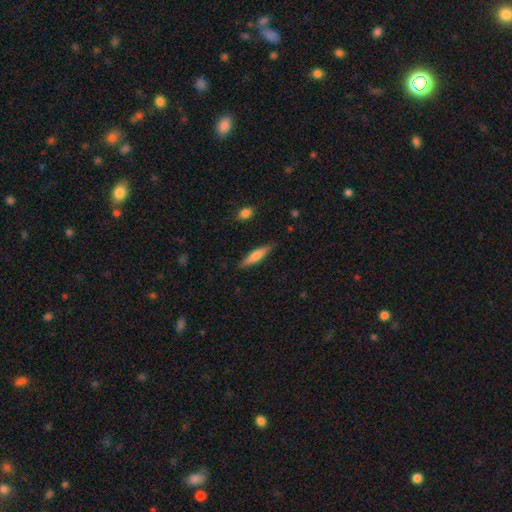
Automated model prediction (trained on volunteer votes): A smooth galaxy with no disk features (61%) that is cigar-shaped (78%).

Vote fractions:
- Smooth or featured? smooth: 61% / featured or disk: 33% / star or artifact: 6%
- How rounded? cigar-shaped: 78% / in between: 21% / round: 2%
- Merging? none: 86% / minor disturbance: 11% / major disturbance: 2% / merger: 1%